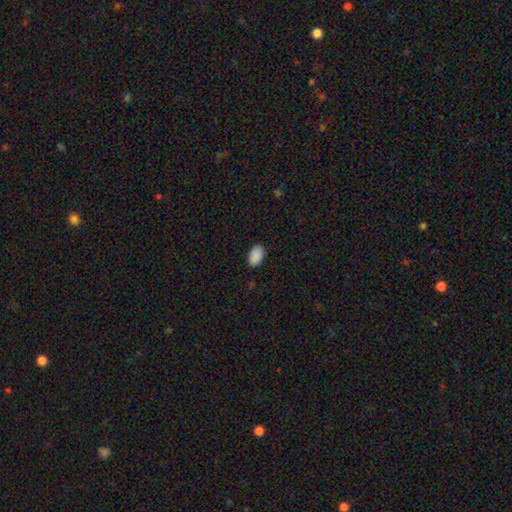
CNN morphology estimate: Smooth or featured? smooth (90%)
How rounded? in between (93%)
Merging? none (88%)